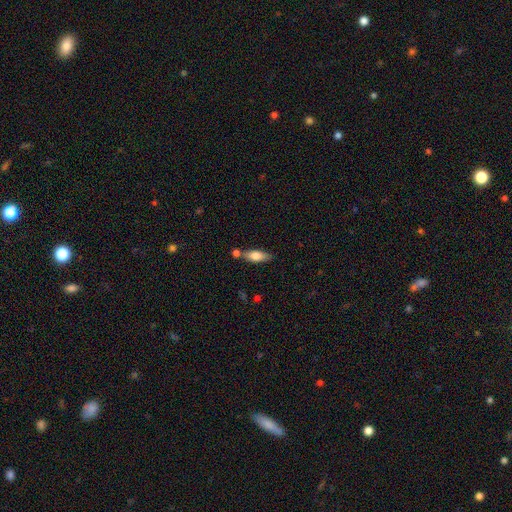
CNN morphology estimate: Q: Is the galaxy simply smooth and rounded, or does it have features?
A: smooth — 71%.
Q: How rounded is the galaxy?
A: in between — 62%.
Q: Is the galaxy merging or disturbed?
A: none — 65%.